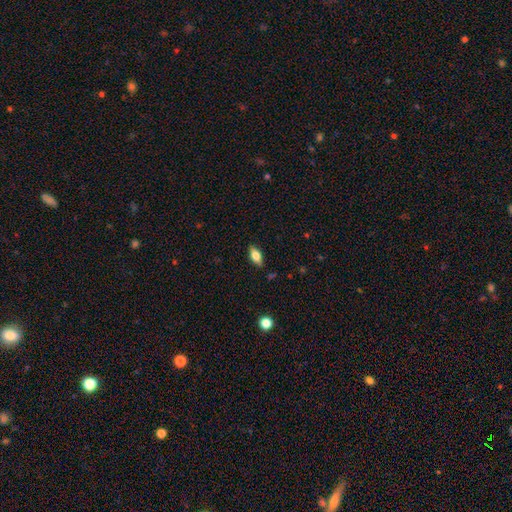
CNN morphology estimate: The model was most divided on "smooth or featured": smooth: 66%, featured or disk: 27%, star or artifact: 8%. More confident: merging — none (85%); how rounded — in between (83%).